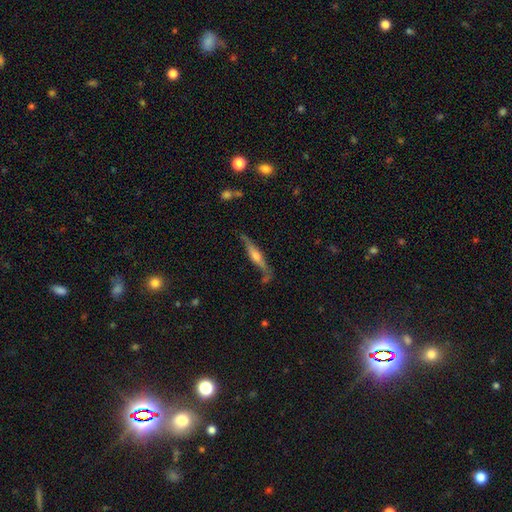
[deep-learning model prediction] featured or disk 72%, smooth 22%, star or artifact 6%. Down the decision tree: edge-on disk — yes (93%); edge-on bulge — rounded (80%); merging — none (71%).